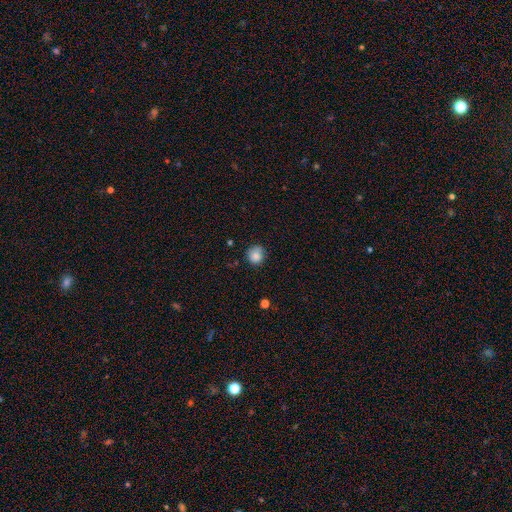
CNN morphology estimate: type=smooth (85%); roundness=round (87%); merging=none (74%).